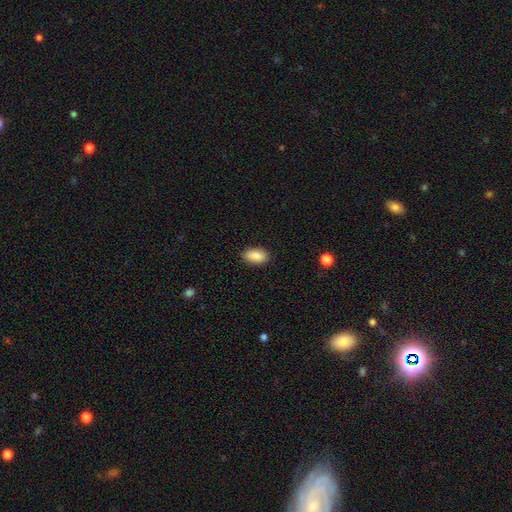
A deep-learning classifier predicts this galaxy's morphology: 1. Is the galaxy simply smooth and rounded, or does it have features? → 88% smooth, 7% star or artifact, 5% featured or disk.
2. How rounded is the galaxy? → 92% in between, 4% round, 3% cigar-shaped.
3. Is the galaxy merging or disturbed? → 88% none, 9% minor disturbance, 2% major disturbance, 1% merger.